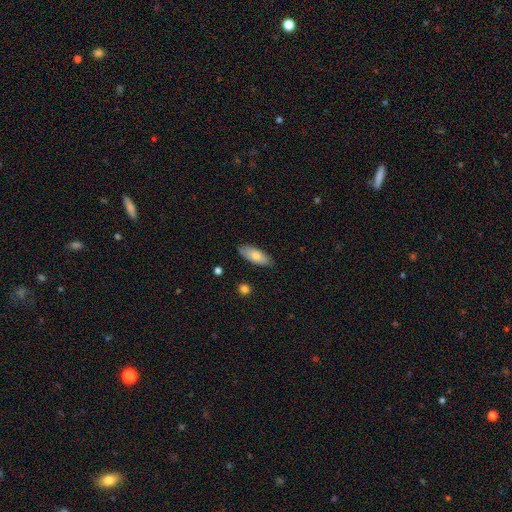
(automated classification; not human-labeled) A smooth galaxy with no disk features (73%) that is in between round and cigar-shaped (77%).

Vote fractions:
- Smooth or featured? smooth: 73% / featured or disk: 21% / star or artifact: 6%
- How rounded? in between: 77% / cigar-shaped: 21% / round: 2%
- Merging? none: 85% / minor disturbance: 12% / major disturbance: 2% / merger: 1%